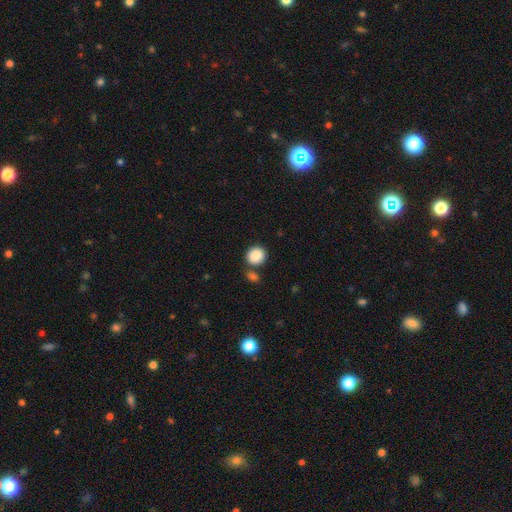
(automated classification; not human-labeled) Overall: smooth (88%). How rounded: round (82%). Merging: none (71%).